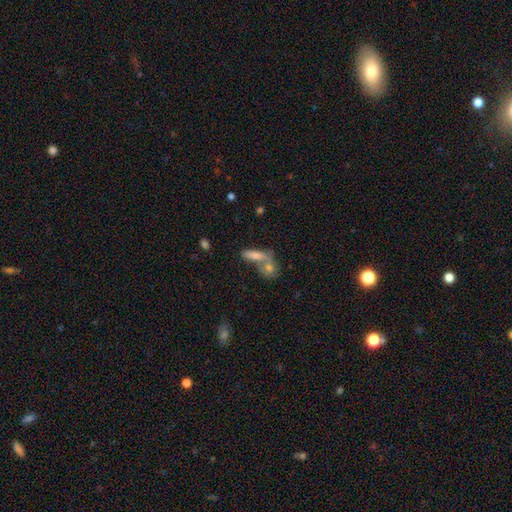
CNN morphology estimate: smooth_or_featured: smooth (p=0.60) [alt: featured or disk p=0.27]
how_rounded: cigar-shaped (p=0.47) [alt: in between p=0.46]
merging: merger (p=0.49) [alt: none p=0.37]